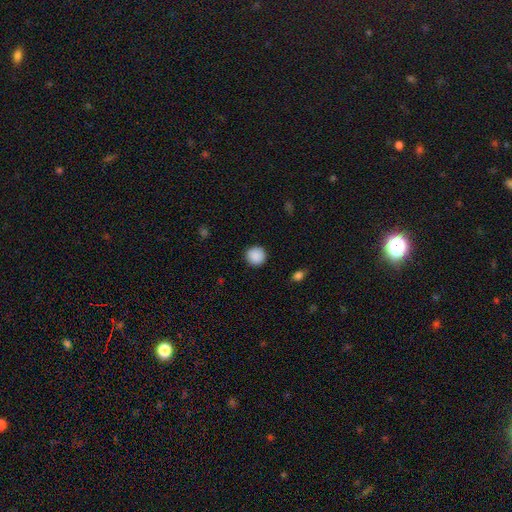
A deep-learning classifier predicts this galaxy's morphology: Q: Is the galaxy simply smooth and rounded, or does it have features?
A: smooth — 89%.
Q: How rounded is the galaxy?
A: round — 94%.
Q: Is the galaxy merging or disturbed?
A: none — 91%.